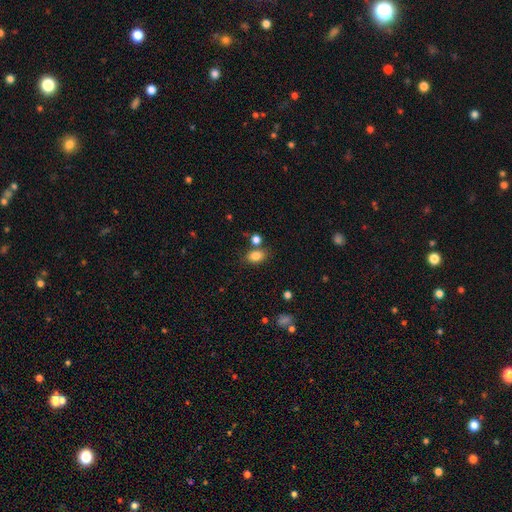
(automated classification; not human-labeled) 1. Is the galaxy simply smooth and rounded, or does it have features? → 83% smooth, 11% star or artifact, 7% featured or disk.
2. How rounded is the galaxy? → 75% in between, 24% round, 1% cigar-shaped.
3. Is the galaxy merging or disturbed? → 68% none, 15% merger, 13% minor disturbance, 4% major disturbance.